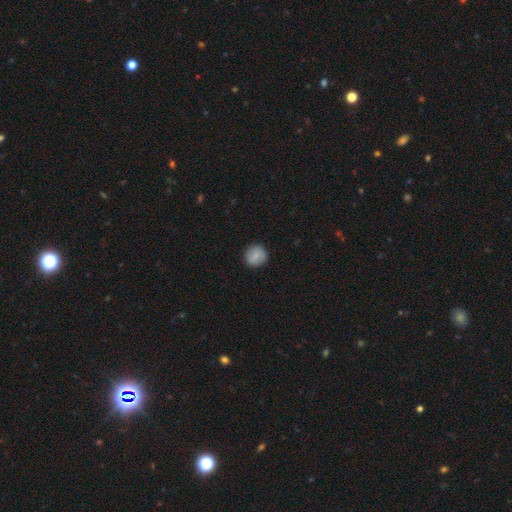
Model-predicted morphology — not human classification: smooth_or_featured: smooth (p=0.79) [alt: featured or disk p=0.13]
how_rounded: round (p=0.91) [alt: in between p=0.08]
merging: none (p=0.89) [alt: minor disturbance p=0.08]